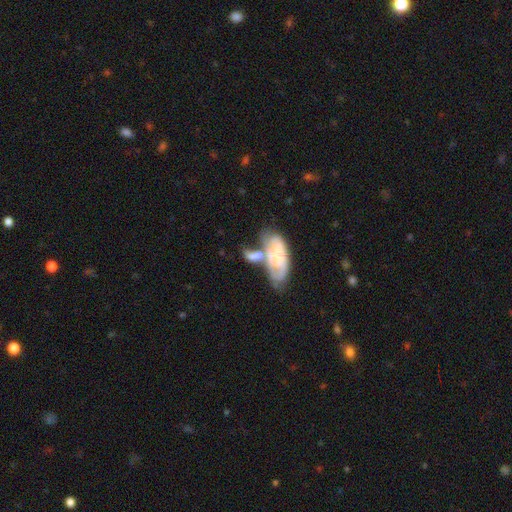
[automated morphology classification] Smooth or featured? Predicted: featured or disk (p=0.54). Edge-on disk? Predicted: no (p=0.90). Merging? Predicted: merger (p=0.51).